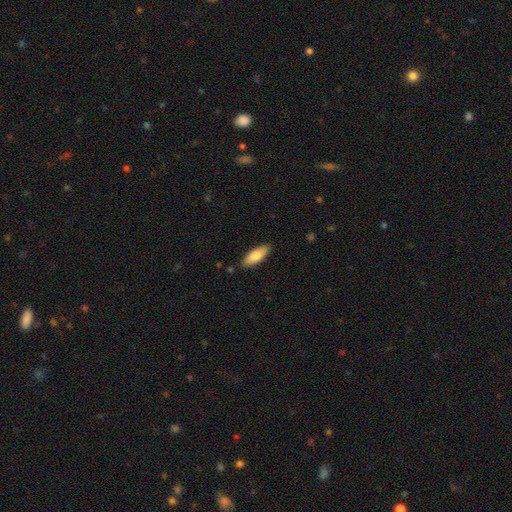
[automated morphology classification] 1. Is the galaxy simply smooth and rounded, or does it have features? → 79% smooth, 16% featured or disk, 6% star or artifact.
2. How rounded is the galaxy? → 68% in between, 30% cigar-shaped, 2% round.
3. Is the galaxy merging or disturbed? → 87% none, 10% minor disturbance, 2% major disturbance, 1% merger.